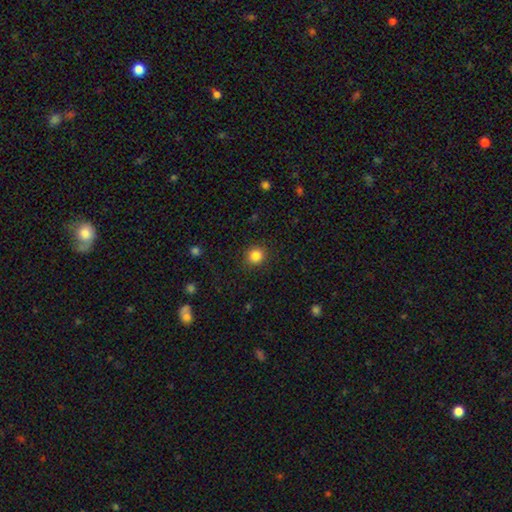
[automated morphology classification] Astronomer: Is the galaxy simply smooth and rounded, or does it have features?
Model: smooth — 85%.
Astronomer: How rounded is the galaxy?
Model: round — 90%.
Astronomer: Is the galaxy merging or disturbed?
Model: none — 91%.